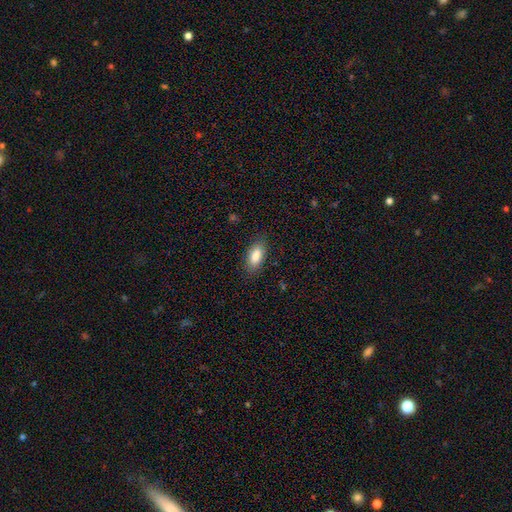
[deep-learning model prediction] A smooth galaxy with no disk features (86%) that is in between round and cigar-shaped (87%). Merging: none (85%).